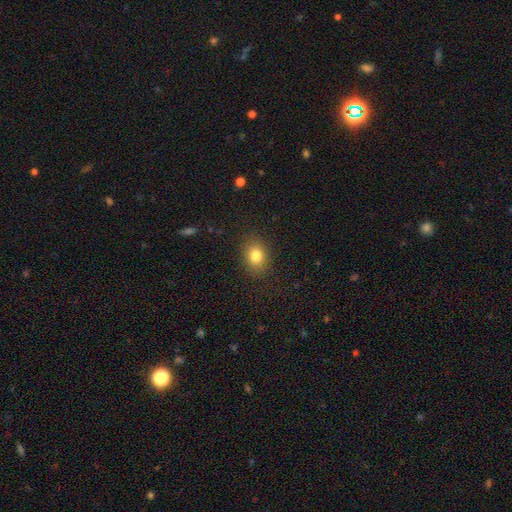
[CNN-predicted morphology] This is clearly a smooth galaxy (82%). How rounded: possibly in between (58%). Merging: clearly none (86%).